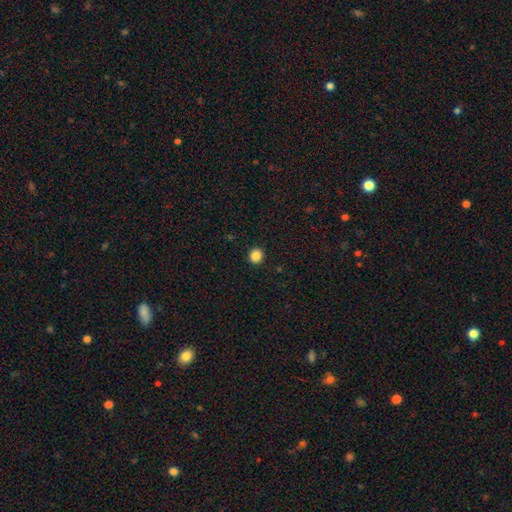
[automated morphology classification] smooth 85%, star or artifact 11%, featured or disk 3%. Down the decision tree: how rounded — round (92%); merging — none (93%).